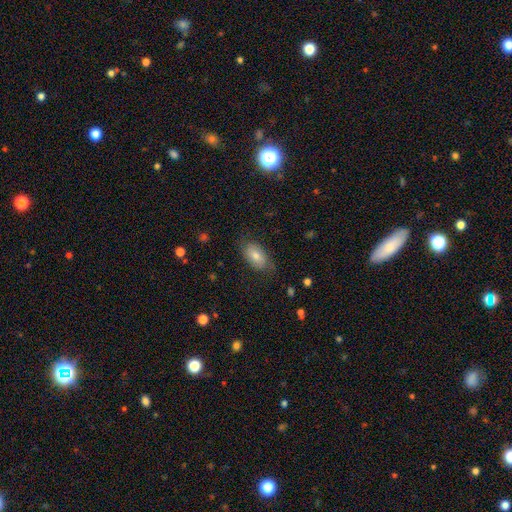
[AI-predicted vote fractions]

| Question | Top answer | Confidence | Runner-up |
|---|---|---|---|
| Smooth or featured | smooth | 66% | featured or disk (23%) |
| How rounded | in between | 91% | round (6%) |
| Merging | none | 73% | minor disturbance (20%) |